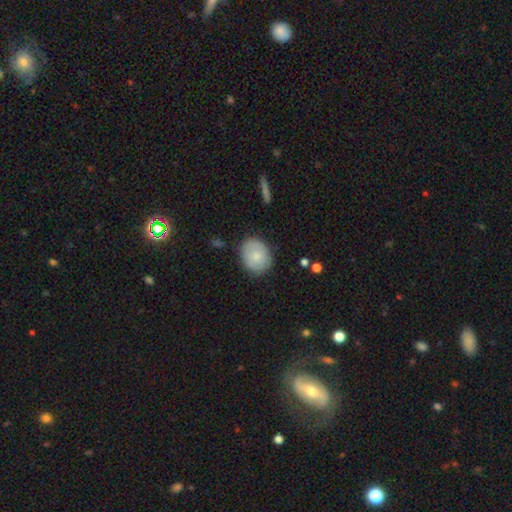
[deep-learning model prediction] A smooth galaxy with no disk features (79%) that is round (58%). Merging: none (80%).